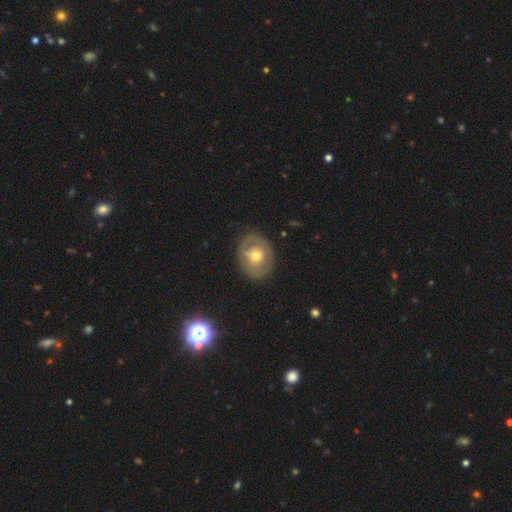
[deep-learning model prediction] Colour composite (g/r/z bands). It shows a featured or disk galaxy (48%). Merging: none (75%).